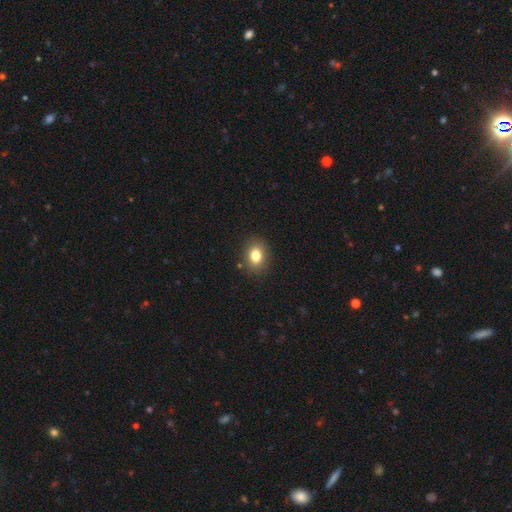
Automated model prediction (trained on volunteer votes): Smooth or featured: smooth — 81% (star or artifact — 10%)
How rounded: in between — 65% (round — 34%)
Merging: none — 86% (minor disturbance — 9%)